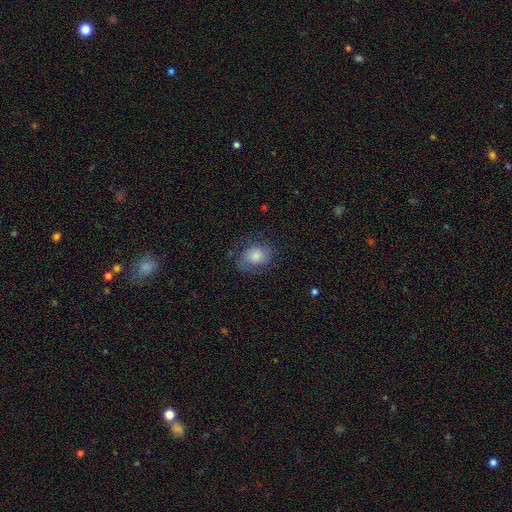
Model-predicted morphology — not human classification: This is likely a smooth galaxy (65%). How rounded: possibly in between (58%). Merging: likely none (63%).